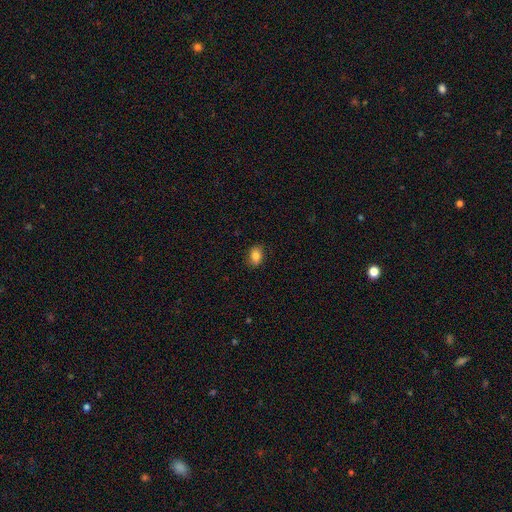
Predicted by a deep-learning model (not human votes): Smooth or featured: smooth — 83% (star or artifact — 9%)
How rounded: in between — 75% (round — 23%)
Merging: none — 83% (minor disturbance — 13%)